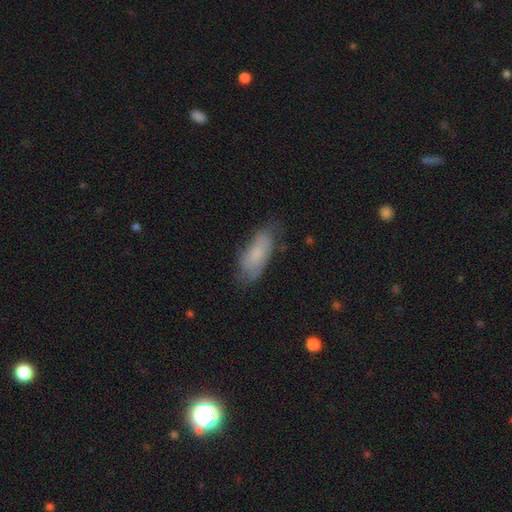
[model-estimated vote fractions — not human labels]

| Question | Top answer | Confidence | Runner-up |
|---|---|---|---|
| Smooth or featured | smooth | 66% | featured or disk (27%) |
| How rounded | in between | 81% | cigar-shaped (17%) |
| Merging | none | 66% | minor disturbance (25%) |